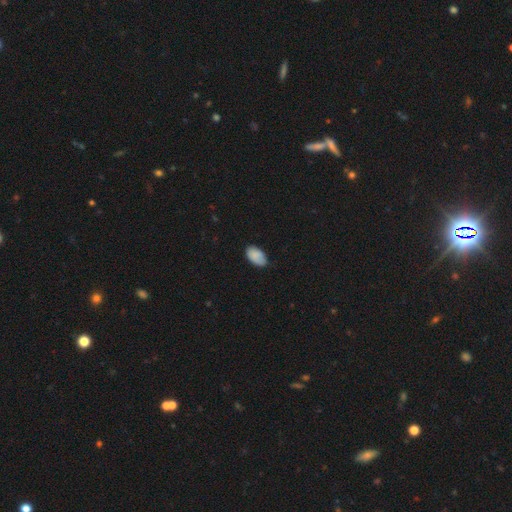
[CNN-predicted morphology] smooth_or_featured: smooth (p=0.87) [alt: star or artifact p=0.07]
how_rounded: in between (p=0.94) [alt: round p=0.04]
merging: none (p=0.75) [alt: minor disturbance p=0.21]